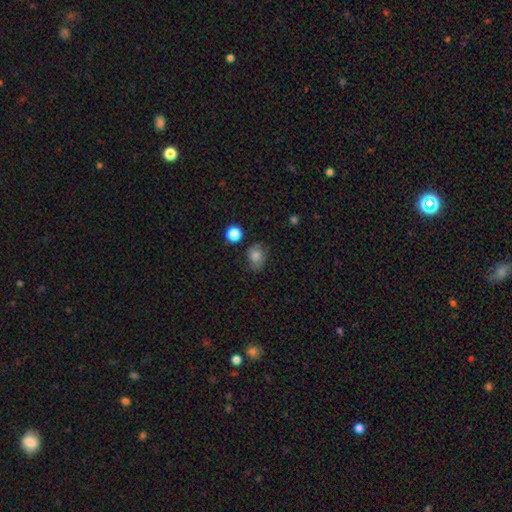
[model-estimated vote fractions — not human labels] smooth_or_featured: smooth (p=0.76) [alt: featured or disk p=0.12]
how_rounded: in between (p=0.53) [alt: round p=0.46]
merging: none (p=0.69) [alt: minor disturbance p=0.23]